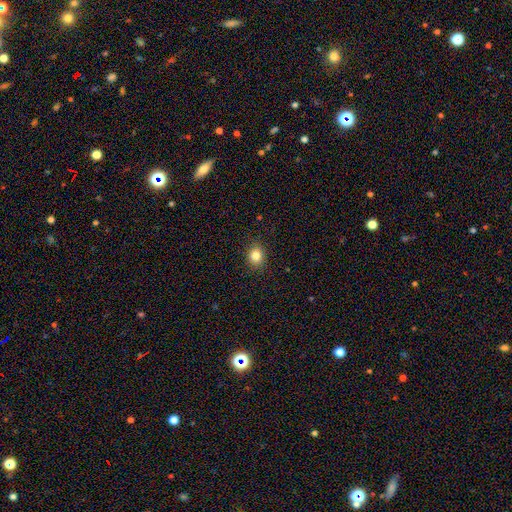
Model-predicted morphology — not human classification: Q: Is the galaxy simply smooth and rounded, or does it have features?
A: smooth — 83%.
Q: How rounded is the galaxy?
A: round — 69%.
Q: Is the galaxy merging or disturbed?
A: none — 89%.